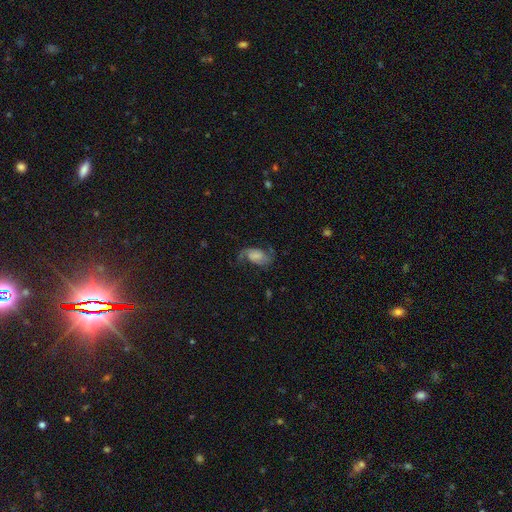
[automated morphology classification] Smooth or featured? Predicted: featured or disk (p=0.62). Edge-on disk? Predicted: no (p=0.96). Bar? Predicted: no (p=0.56). Spiral arms? Predicted: yes (p=0.90). Spiral winding? Predicted: loose (p=0.53). Spiral arm count? Predicted: 2 (p=0.82). Bulge size? Predicted: none (p=0.34). Merging? Predicted: none (p=0.50).